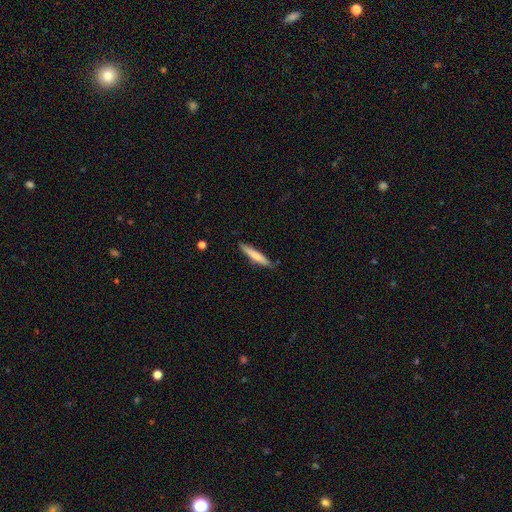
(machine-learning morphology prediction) Smooth or featured? smooth (70%)
How rounded? cigar-shaped (93%)
Merging? none (85%)